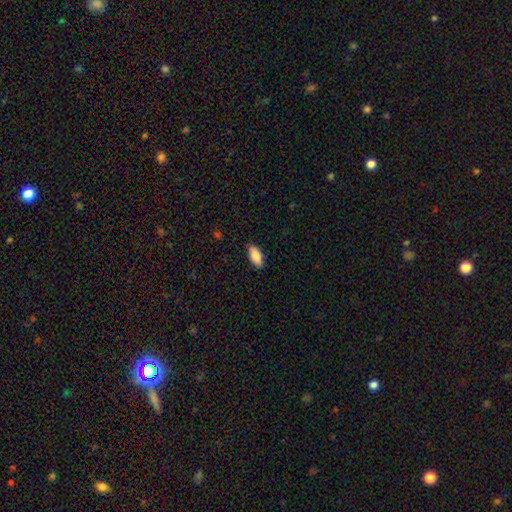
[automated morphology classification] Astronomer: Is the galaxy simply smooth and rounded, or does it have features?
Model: smooth — 89%.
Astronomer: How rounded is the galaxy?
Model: in between — 88%.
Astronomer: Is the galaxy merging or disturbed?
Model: none — 88%.